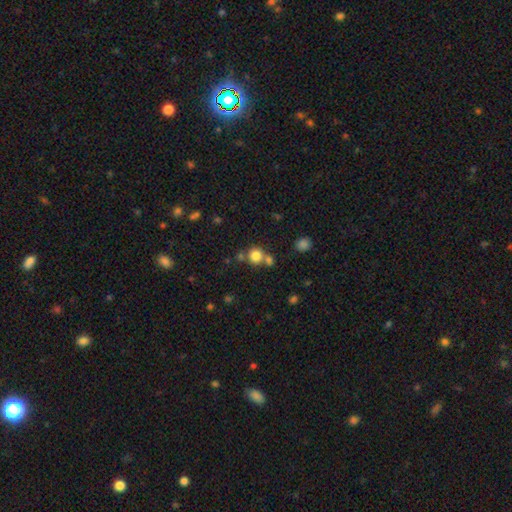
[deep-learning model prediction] This is clearly a smooth galaxy (81%). How rounded: clearly round (91%). Merging: possibly none (60%).